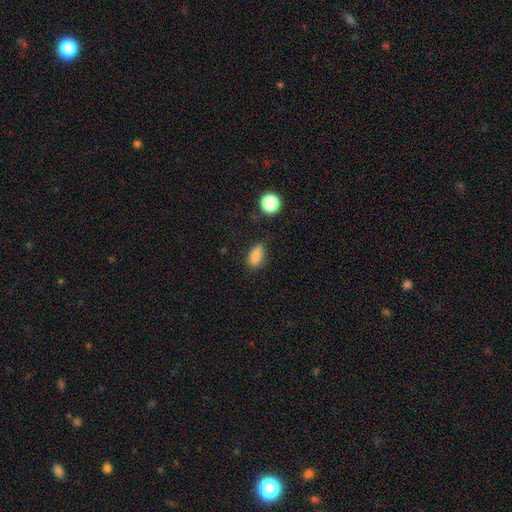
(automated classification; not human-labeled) smooth 85%, star or artifact 10%, featured or disk 5%. Down the decision tree: how rounded — in between (83%); merging — none (74%).